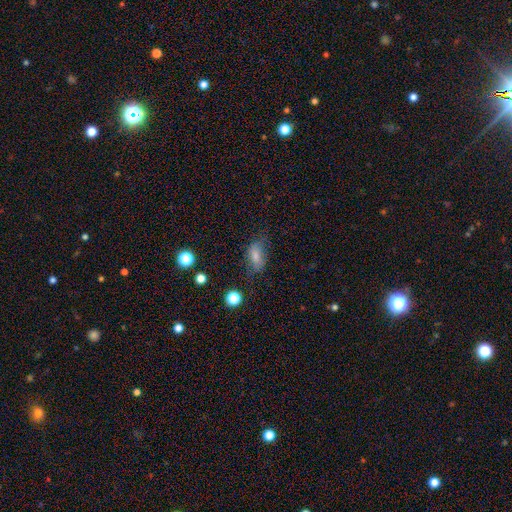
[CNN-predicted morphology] Smooth or featured?
  - smooth: 72% *
  - featured or disk: 17%
  - star or artifact: 11%
How rounded?
  - in between: 85% *
  - cigar-shaped: 8%
  - round: 7%
Merging?
  - none: 57% *
  - minor disturbance: 27%
  - major disturbance: 14%
  - merger: 2%